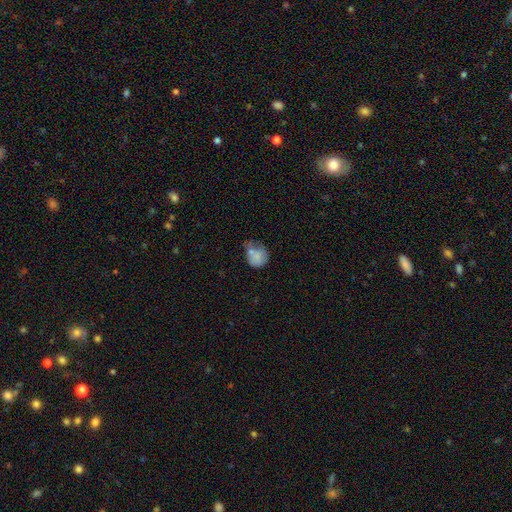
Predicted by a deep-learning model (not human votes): This is likely a smooth galaxy (73%). How rounded: likely round (68%). Merging: marginally none (35%).